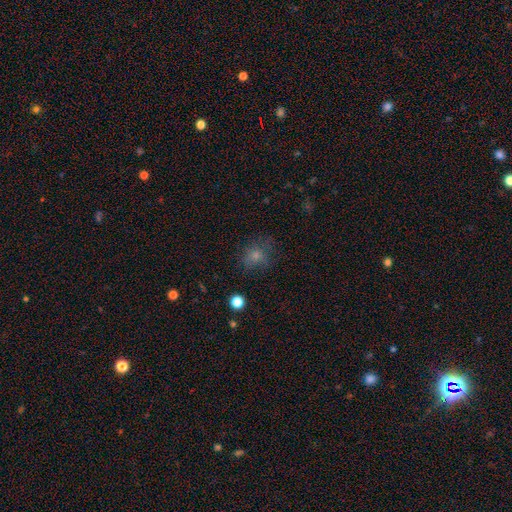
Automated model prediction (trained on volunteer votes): This is likely a smooth galaxy (72%). How rounded: likely round (60%). Merging: likely none (65%).